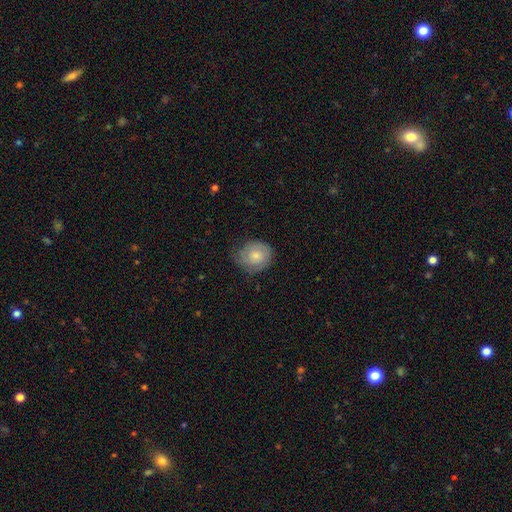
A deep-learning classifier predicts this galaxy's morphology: Q: Smooth or featured?
A: smooth (56%); runner-up: featured or disk (37%)
Q: How rounded?
A: round (69%); runner-up: in between (30%)
Q: Merging?
A: none (63%); runner-up: minor disturbance (28%)